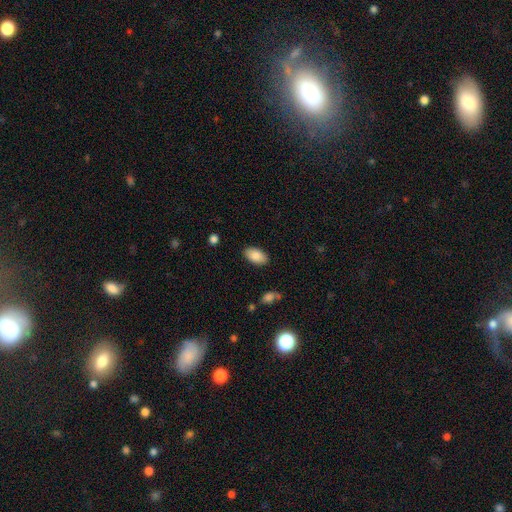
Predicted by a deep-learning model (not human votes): Smooth or featured? smooth (87%)
How rounded? in between (94%)
Merging? none (87%)